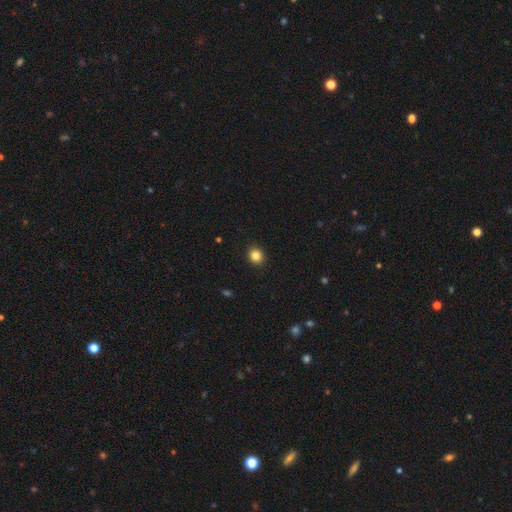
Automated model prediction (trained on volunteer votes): Overall: smooth (84%). How rounded: round (72%). Merging: none (91%).